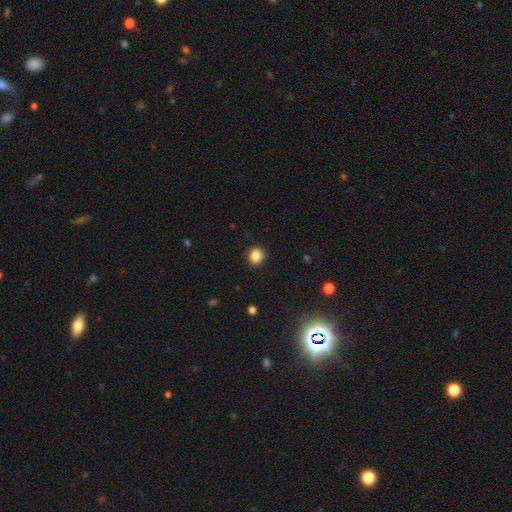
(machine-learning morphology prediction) Smooth or featured?
  - smooth: 86% *
  - star or artifact: 10%
  - featured or disk: 4%
How rounded?
  - round: 90% *
  - in between: 9%
  - cigar-shaped: 1%
Merging?
  - none: 91% *
  - minor disturbance: 6%
  - major disturbance: 2%
  - merger: 1%